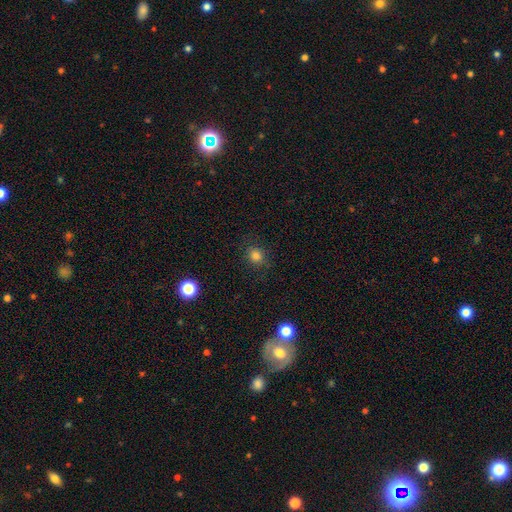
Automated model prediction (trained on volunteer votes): Overall: smooth (82%). How rounded: round (77%). Merging: none (84%).